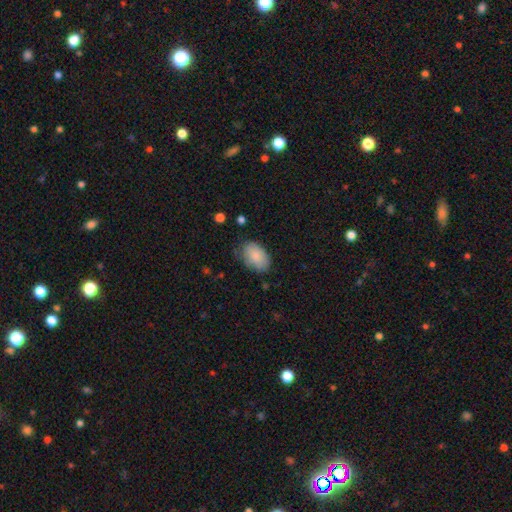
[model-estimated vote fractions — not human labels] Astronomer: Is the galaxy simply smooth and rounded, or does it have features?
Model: smooth — 87%.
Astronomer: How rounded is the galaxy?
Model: in between — 91%.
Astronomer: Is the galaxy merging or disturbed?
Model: none — 71%.